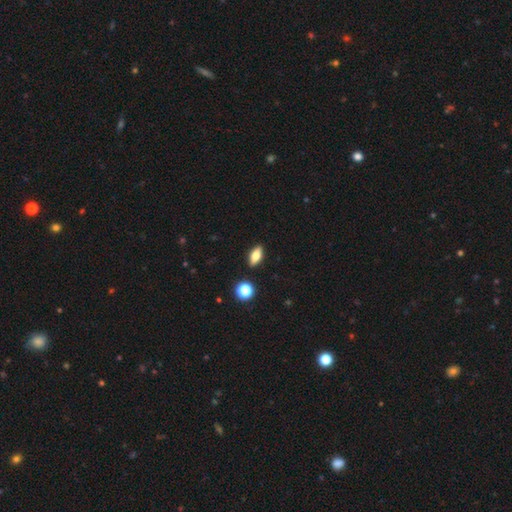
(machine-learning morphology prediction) type=smooth (69%); roundness=in between (75%); merging=none (89%).